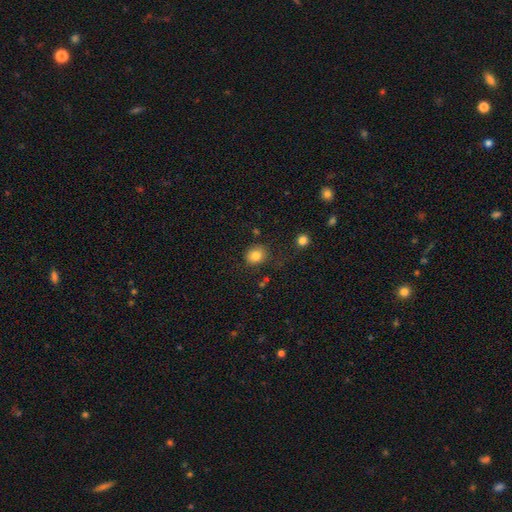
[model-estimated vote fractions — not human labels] smooth-or-featured: smooth: 82% | star or artifact: 11% | featured or disk: 7%
  how-rounded: round: 72% | in between: 27% | cigar-shaped: 1%
  merging: none: 82% | minor disturbance: 12% | major disturbance: 4% | merger: 3%